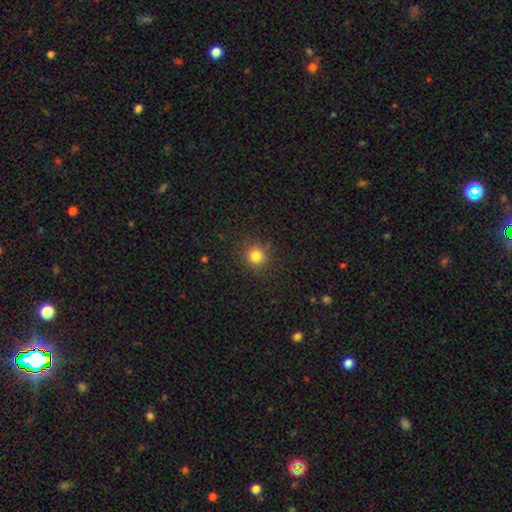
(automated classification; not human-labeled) The model was most divided on "smooth or featured": smooth: 81%, star or artifact: 14%, featured or disk: 5%. More confident: how rounded — round (92%); merging — none (89%).